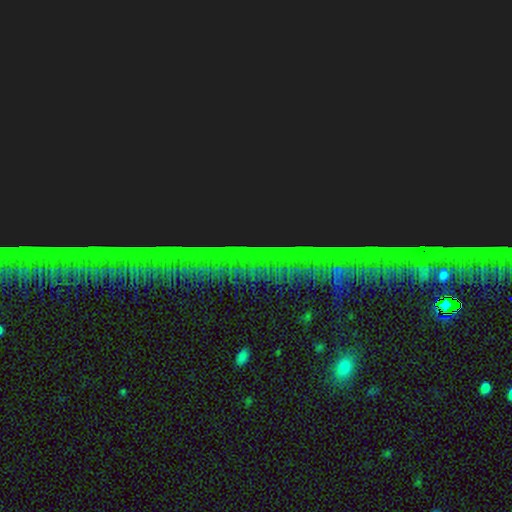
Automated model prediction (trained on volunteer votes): Smooth or featured? Predicted: star or artifact (p=0.88).